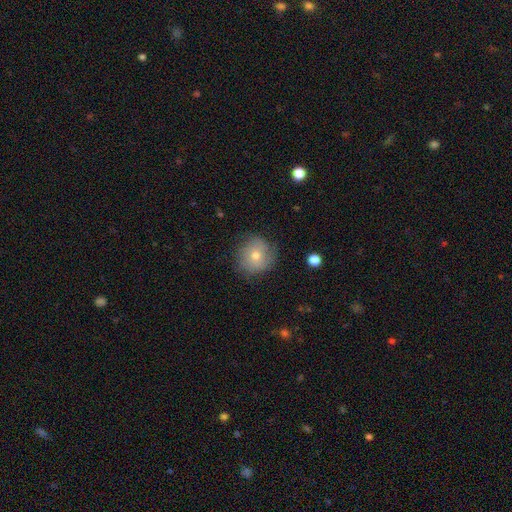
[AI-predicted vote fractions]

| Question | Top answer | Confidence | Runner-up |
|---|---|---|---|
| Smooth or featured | smooth | 55% | featured or disk (34%) |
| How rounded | round | 89% | in between (10%) |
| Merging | none | 76% | minor disturbance (18%) |